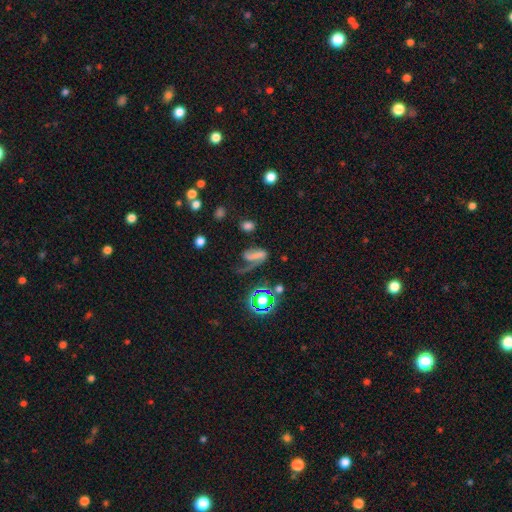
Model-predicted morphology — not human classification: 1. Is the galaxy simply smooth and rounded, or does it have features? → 44% smooth, 36% featured or disk, 20% star or artifact.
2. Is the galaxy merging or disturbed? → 43% major disturbance, 31% none, 17% minor disturbance, 9% merger.